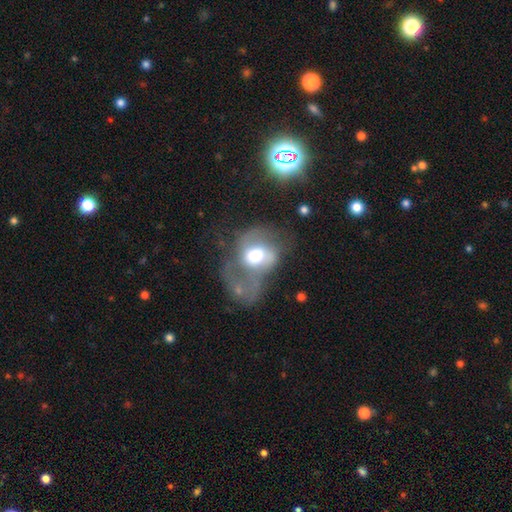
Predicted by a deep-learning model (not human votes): Overall: featured or disk (52%; smooth 40%). Edge-on disk: no (95%). Merging: major disturbance (53%; none 20%).